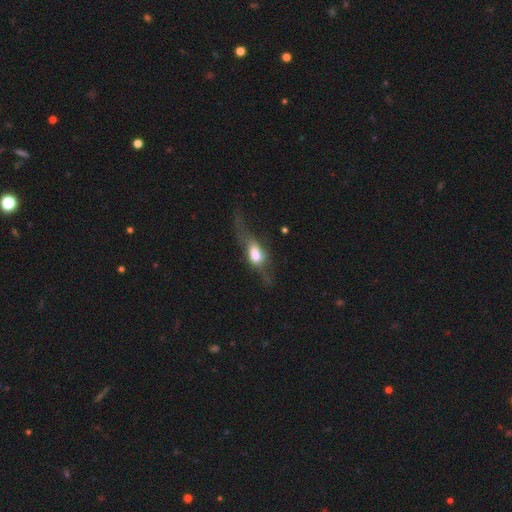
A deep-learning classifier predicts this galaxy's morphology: smooth_or_featured: smooth (p=0.49) [alt: featured or disk p=0.42]
merging: major disturbance (p=0.42) [alt: none p=0.33]